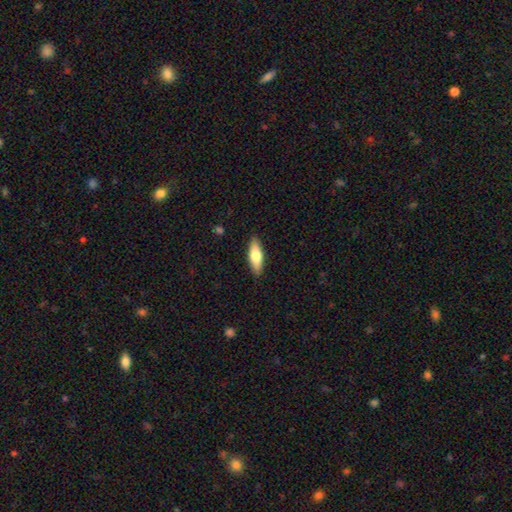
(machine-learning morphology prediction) Smooth or featured? smooth (70%)
How rounded? in between (61%)
Merging? none (89%)